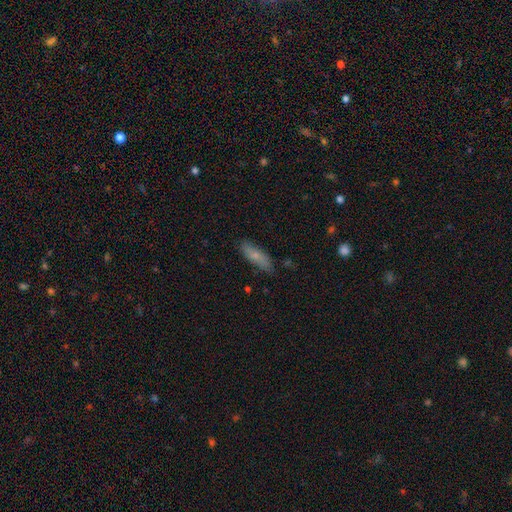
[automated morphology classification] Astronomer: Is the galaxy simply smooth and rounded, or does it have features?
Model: smooth — 70%.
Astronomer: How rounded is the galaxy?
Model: in between — 49%, tied with cigar-shaped at 49%.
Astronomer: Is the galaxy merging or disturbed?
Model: none — 79%.